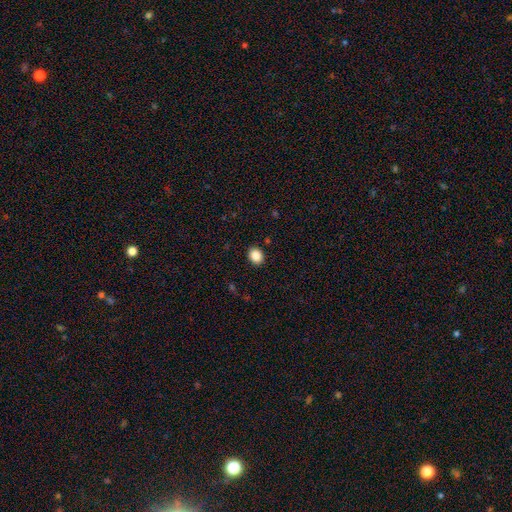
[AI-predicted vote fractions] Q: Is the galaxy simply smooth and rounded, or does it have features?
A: smooth — 87%.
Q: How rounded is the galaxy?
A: round — 57%.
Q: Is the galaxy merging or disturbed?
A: none — 90%.